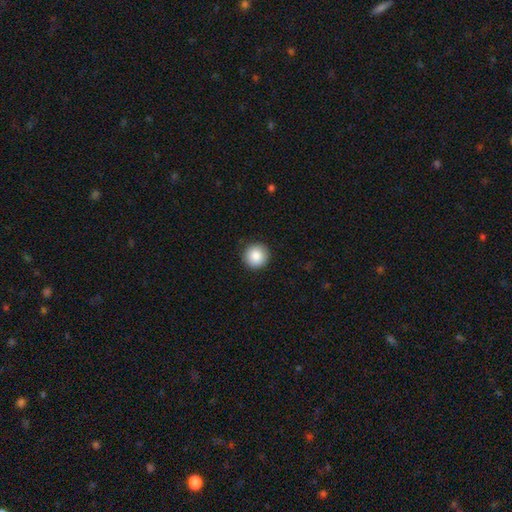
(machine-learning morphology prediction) A smooth galaxy with no disk features (87%) that is round (95%).

Vote fractions:
- Smooth or featured? smooth: 87% / star or artifact: 8% / featured or disk: 5%
- How rounded? round: 95% / in between: 4% / cigar-shaped: 1%
- Merging? none: 92% / minor disturbance: 5% / major disturbance: 2% / merger: 1%